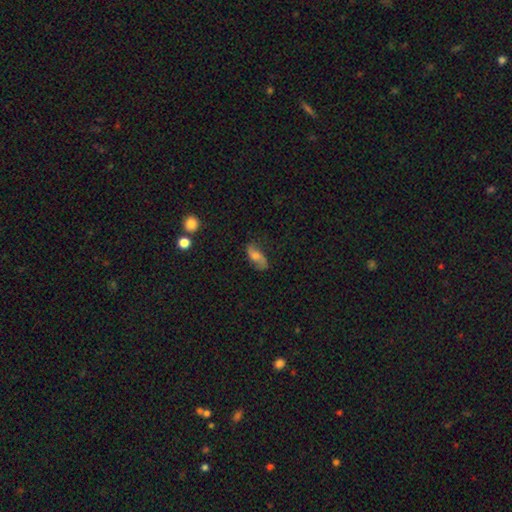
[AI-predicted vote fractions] Smooth or featured? Predicted: featured or disk (p=0.52). Edge-on disk? Predicted: no (p=0.90). Merging? Predicted: none (p=0.74).